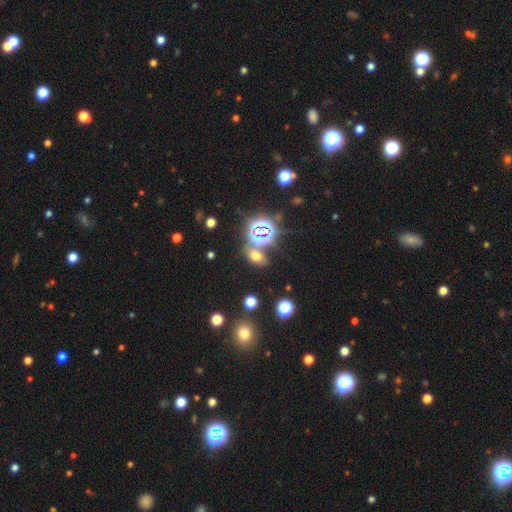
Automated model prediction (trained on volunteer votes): Smooth or featured? Predicted: smooth (p=0.49). Merging? Predicted: none (p=0.68).